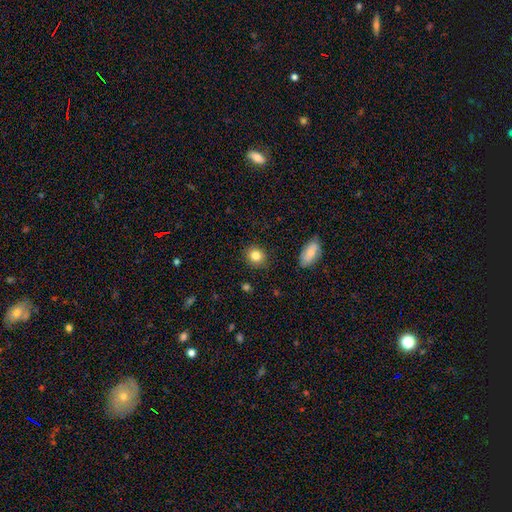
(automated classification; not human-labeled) Overall: smooth (84%). How rounded: round (76%). Merging: none (87%).